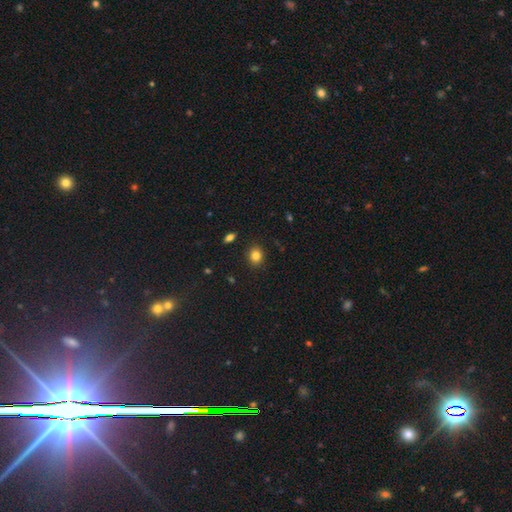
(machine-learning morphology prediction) smooth-or-featured: smooth: 83% | star or artifact: 11% | featured or disk: 6%
  how-rounded: round: 69% | in between: 30% | cigar-shaped: 1%
  merging: none: 89% | minor disturbance: 7% | major disturbance: 2% | merger: 2%